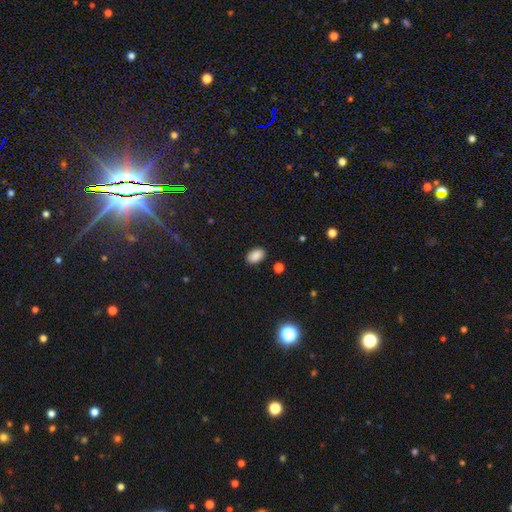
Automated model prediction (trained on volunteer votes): A smooth galaxy with no disk features (87%) that is in between round and cigar-shaped (90%). Merging: none (88%).